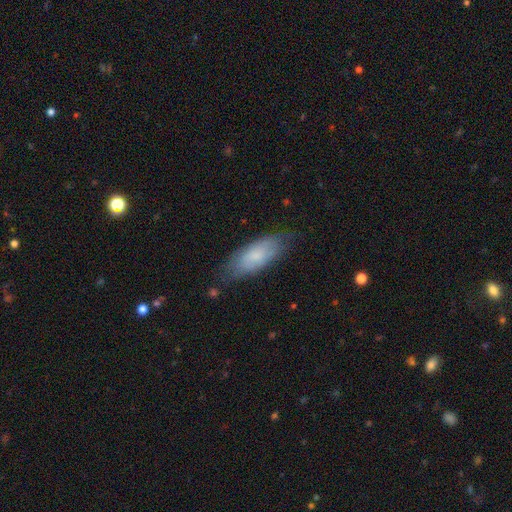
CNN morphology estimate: Smooth or featured?
  - smooth: 75% *
  - featured or disk: 18%
  - star or artifact: 6%
How rounded?
  - in between: 76% *
  - cigar-shaped: 22%
  - round: 2%
Merging?
  - none: 72% *
  - minor disturbance: 21%
  - major disturbance: 5%
  - merger: 2%